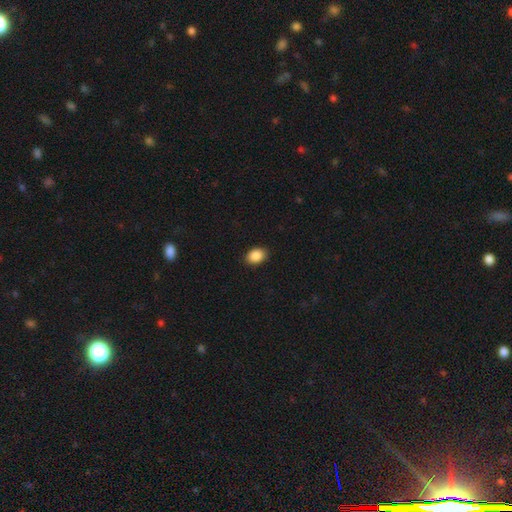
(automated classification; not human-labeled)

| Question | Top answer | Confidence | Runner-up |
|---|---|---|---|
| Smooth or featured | smooth | 89% | star or artifact (8%) |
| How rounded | in between | 75% | round (24%) |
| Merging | none | 89% | minor disturbance (8%) |